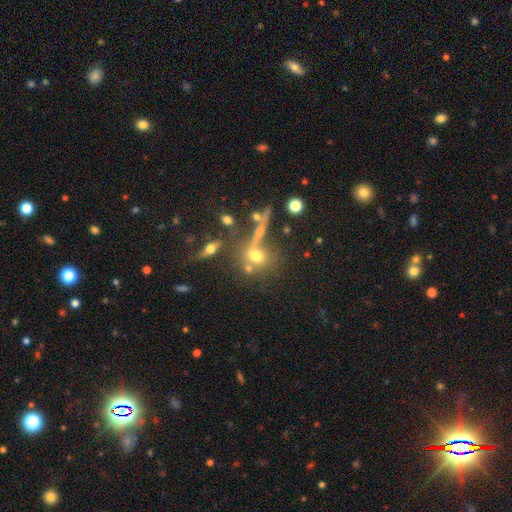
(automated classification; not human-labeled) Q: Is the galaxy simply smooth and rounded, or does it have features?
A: smooth — 60%.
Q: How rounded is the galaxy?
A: round — 69%.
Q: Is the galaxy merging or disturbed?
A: none — 46%.